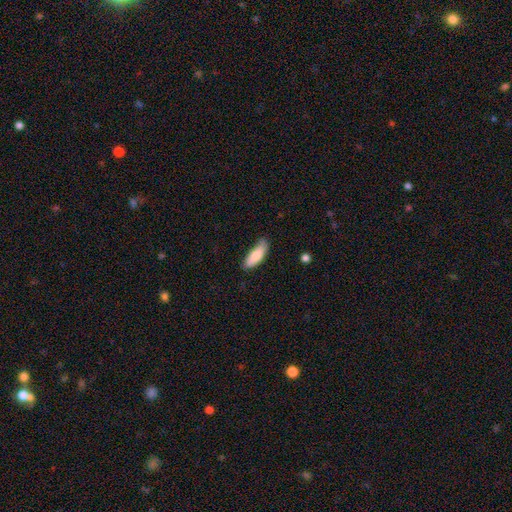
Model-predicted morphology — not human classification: smooth_or_featured: smooth (p=0.81) [alt: featured or disk p=0.13]
how_rounded: in between (p=0.61) [alt: cigar-shaped p=0.37]
merging: none (p=0.66) [alt: minor disturbance p=0.27]